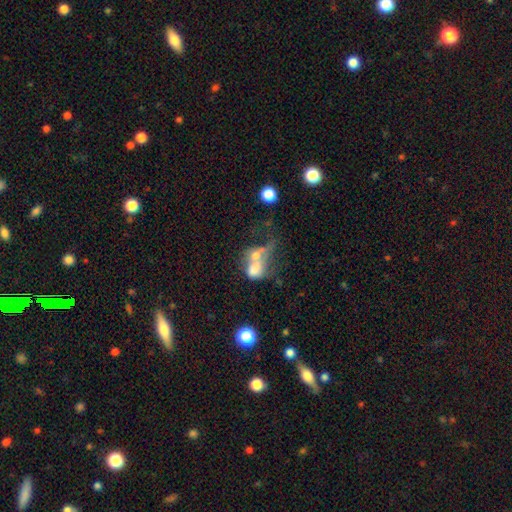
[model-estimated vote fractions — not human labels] smooth-or-featured: smooth: 57% | featured or disk: 31% | star or artifact: 12%
  how-rounded: in between: 66% | round: 31% | cigar-shaped: 3%
  merging: merger: 61% | major disturbance: 19% | none: 12% | minor disturbance: 8%